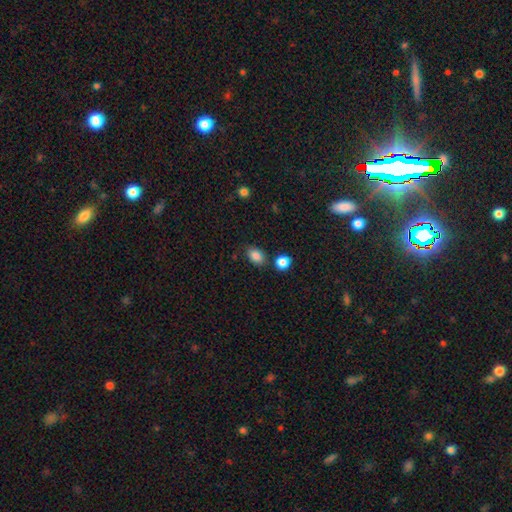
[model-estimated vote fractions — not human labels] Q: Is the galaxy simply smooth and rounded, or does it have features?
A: smooth — 86%.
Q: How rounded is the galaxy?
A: in between — 78%.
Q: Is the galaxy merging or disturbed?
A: none — 76%.